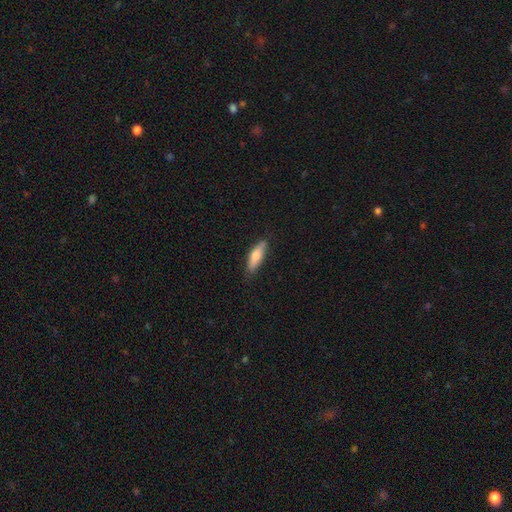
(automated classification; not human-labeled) A smooth galaxy with no disk features (73%) that is cigar-shaped (53%).

Vote fractions:
- Smooth or featured? smooth: 73% / featured or disk: 22% / star or artifact: 6%
- How rounded? cigar-shaped: 53% / in between: 45% / round: 2%
- Merging? none: 81% / minor disturbance: 15% / major disturbance: 2% / merger: 1%